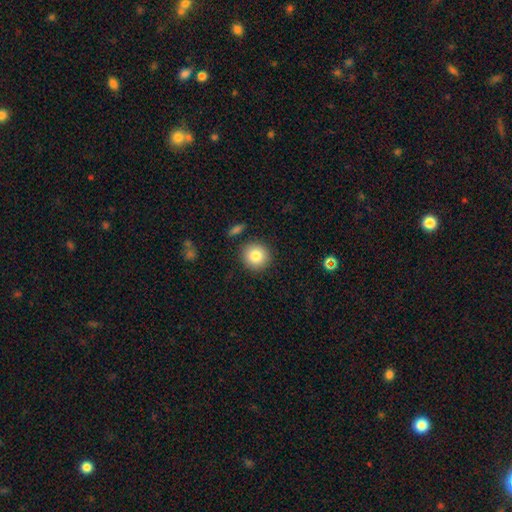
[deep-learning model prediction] The model was most divided on "smooth or featured": smooth: 83%, star or artifact: 9%, featured or disk: 8%. More confident: how rounded — round (93%); merging — none (88%).